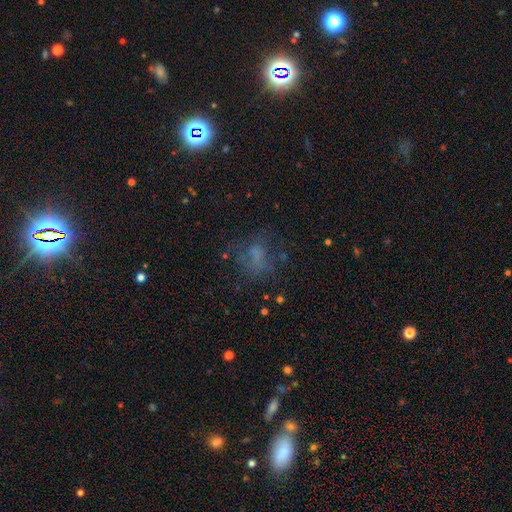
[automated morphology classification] Smooth or featured?
  - smooth: 41% *
  - star or artifact: 31%
  - featured or disk: 28%
Merging?
  - none: 56% *
  - major disturbance: 22%
  - minor disturbance: 18%
  - merger: 3%